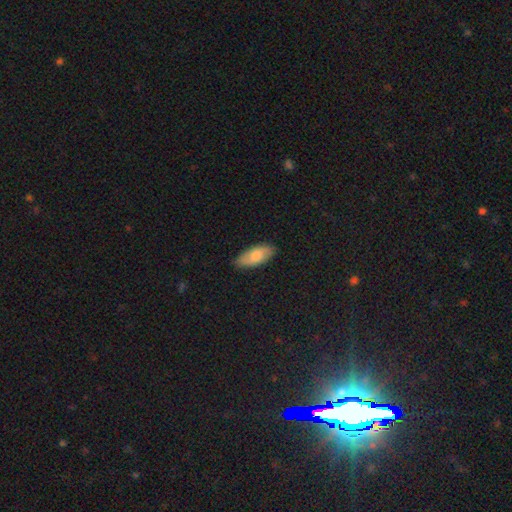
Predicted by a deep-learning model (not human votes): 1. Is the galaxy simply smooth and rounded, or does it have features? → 72% smooth, 22% featured or disk, 6% star or artifact.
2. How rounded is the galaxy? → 87% in between, 11% cigar-shaped, 2% round.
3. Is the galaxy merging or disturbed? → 83% none, 14% minor disturbance, 2% major disturbance, 1% merger.